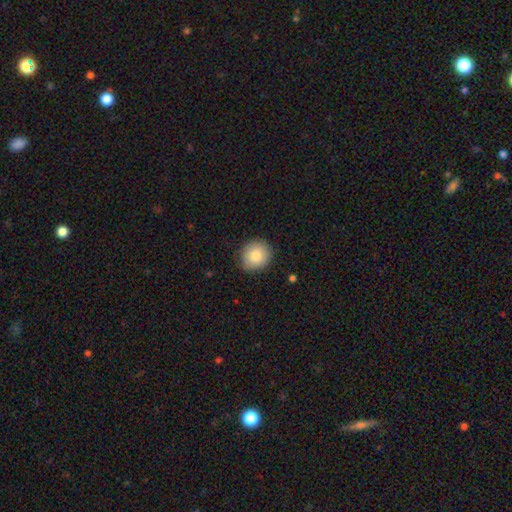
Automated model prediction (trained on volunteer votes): A smooth galaxy with no disk features (83%) that is round (83%).

Vote fractions:
- Smooth or featured? smooth: 83% / featured or disk: 9% / star or artifact: 8%
- How rounded? round: 83% / in between: 17% / cigar-shaped: 1%
- Merging? none: 87% / minor disturbance: 10% / major disturbance: 2% / merger: 1%